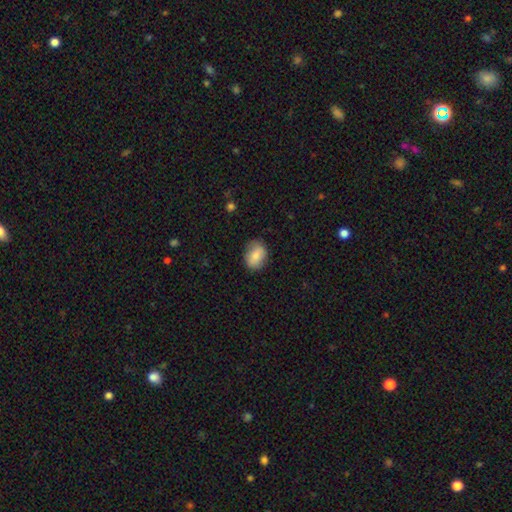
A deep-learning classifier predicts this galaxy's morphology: A smooth galaxy with no disk features (80%) that is in between round and cigar-shaped (61%).

Vote fractions:
- Smooth or featured? smooth: 80% / featured or disk: 13% / star or artifact: 7%
- How rounded? in between: 61% / round: 37% / cigar-shaped: 1%
- Merging? none: 78% / minor disturbance: 17% / major disturbance: 4% / merger: 1%